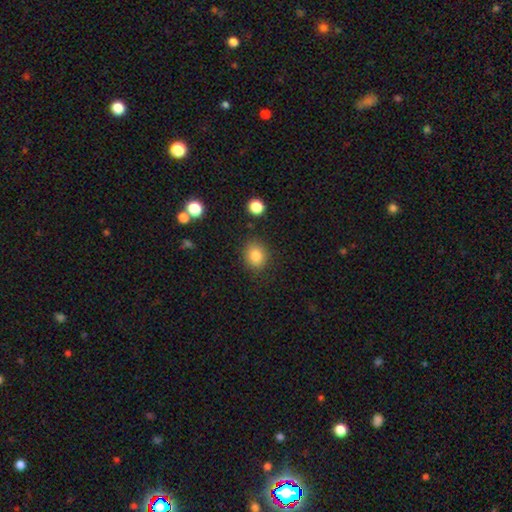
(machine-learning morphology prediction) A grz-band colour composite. It shows a smooth galaxy with no disk features (83%) that is round (68%). Merging: none (85%).